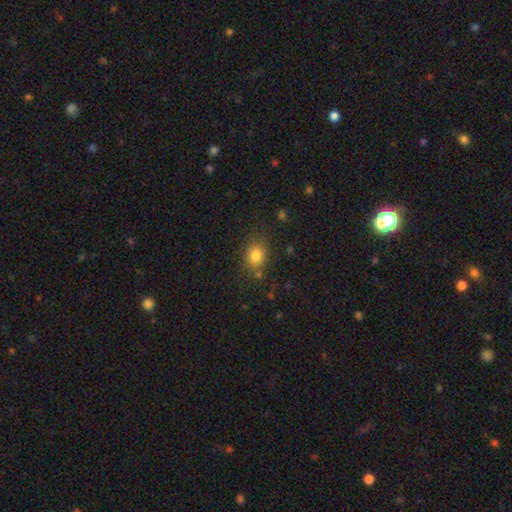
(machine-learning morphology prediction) smooth-or-featured: smooth: 81% | star or artifact: 12% | featured or disk: 7%
  how-rounded: round: 55% | in between: 44% | cigar-shaped: 1%
  merging: none: 77% | minor disturbance: 14% | merger: 5% | major disturbance: 5%